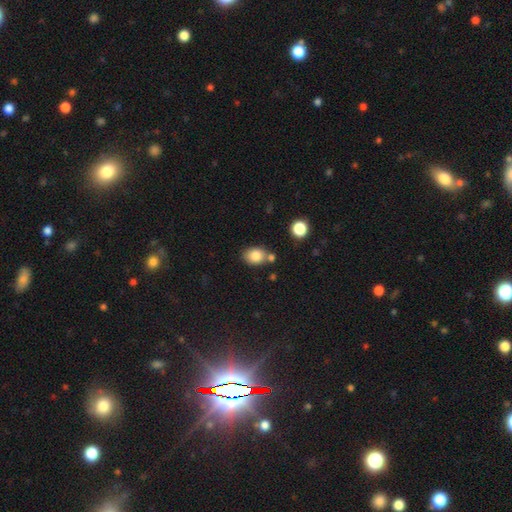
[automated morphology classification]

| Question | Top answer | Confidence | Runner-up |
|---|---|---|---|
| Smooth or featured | smooth | 83% | star or artifact (9%) |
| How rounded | in between | 61% | round (38%) |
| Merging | none | 66% | merger (16%) |